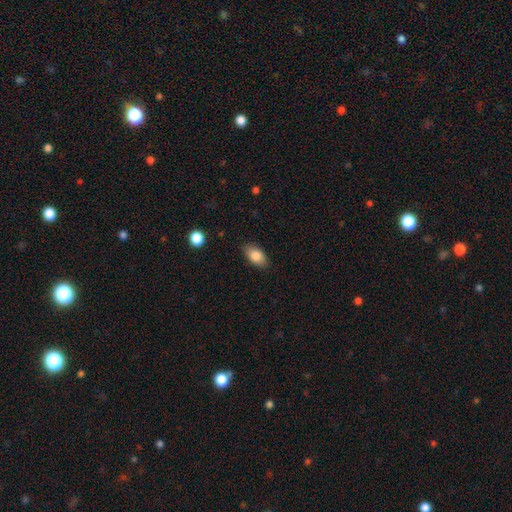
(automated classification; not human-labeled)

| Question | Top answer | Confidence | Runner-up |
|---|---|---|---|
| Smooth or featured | smooth | 86% | star or artifact (7%) |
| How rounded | in between | 91% | round (6%) |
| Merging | none | 84% | minor disturbance (12%) |